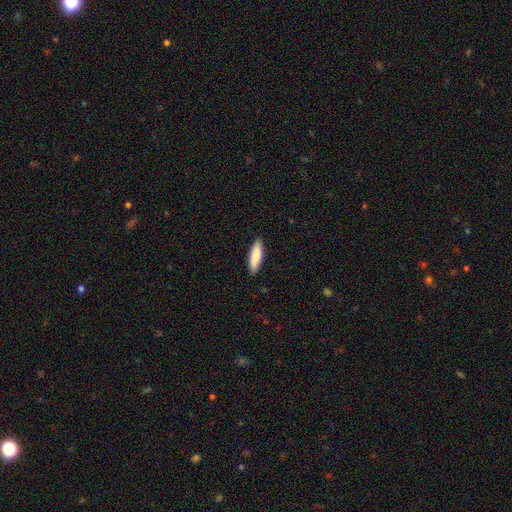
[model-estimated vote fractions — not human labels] Smooth or featured? smooth (86%)
How rounded? cigar-shaped (64%)
Merging? none (89%)